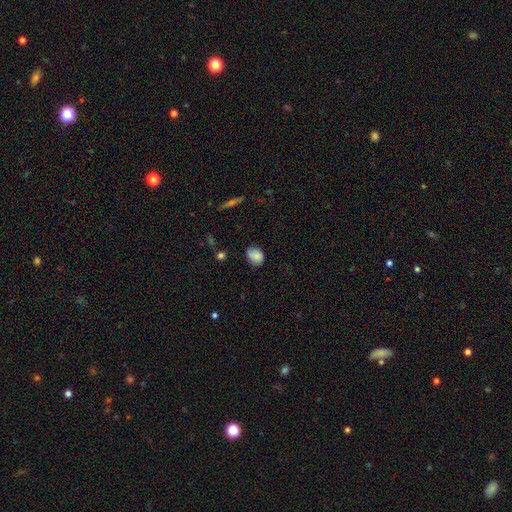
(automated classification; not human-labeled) smooth_or_featured: smooth (p=0.82) [alt: featured or disk p=0.10]
how_rounded: in between (p=0.61) [alt: round p=0.38]
merging: none (p=0.66) [alt: minor disturbance p=0.26]